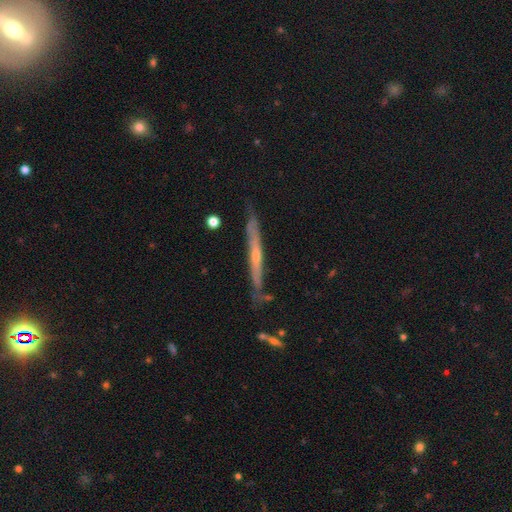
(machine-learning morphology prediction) smooth-or-featured: featured or disk: 68% | smooth: 26% | star or artifact: 6%
  disk-edge-on: yes: 93% | no: 7%
    edge-on-bulge: none: 50% | rounded: 46% | boxy: 4%
  merging: none: 77% | minor disturbance: 17% | major disturbance: 3% | merger: 3%